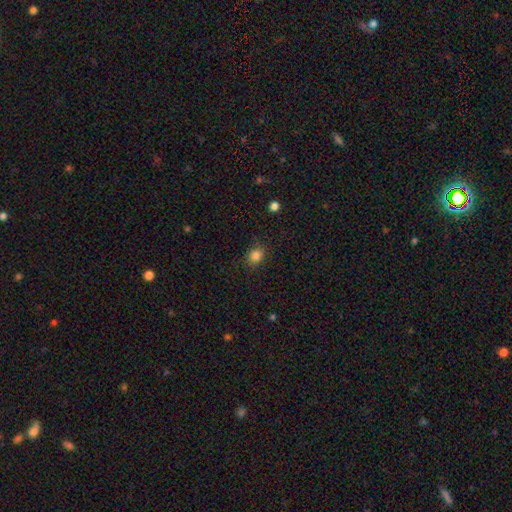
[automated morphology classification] This is clearly a smooth galaxy (84%). How rounded: likely round (60%). Merging: clearly none (85%).